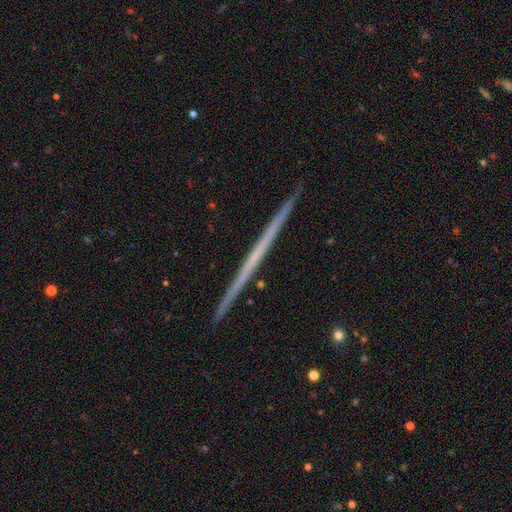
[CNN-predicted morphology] Smooth or featured: featured or disk — 69% (smooth — 25%)
Edge-on disk: yes — 98% (no — 2%)
Edge-on bulge: none — 92% (rounded — 6%)
Merging: none — 93% (minor disturbance — 5%)